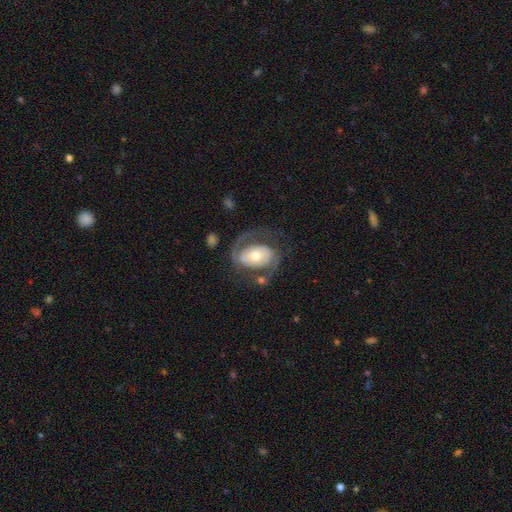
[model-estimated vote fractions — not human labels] A featured or disk galaxy (80%) with no bar (50%), 2 (81%) medium (48%) spiral arms (88%) and a moderate central bulge (66%). Merging: none (59%).